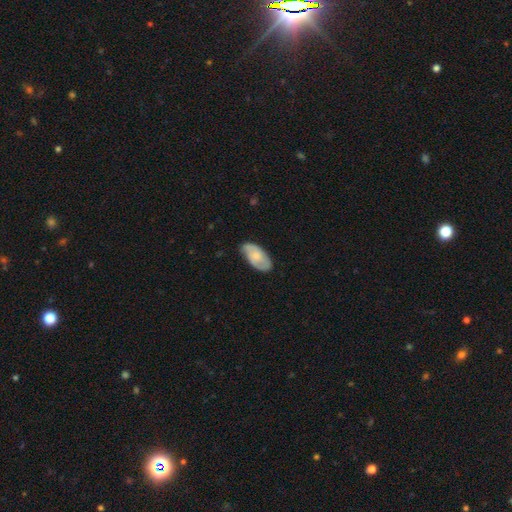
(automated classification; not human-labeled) Q: Smooth or featured?
A: smooth (59%); runner-up: featured or disk (35%)
Q: How rounded?
A: in between (94%); runner-up: cigar-shaped (3%)
Q: Merging?
A: none (70%); runner-up: minor disturbance (24%)